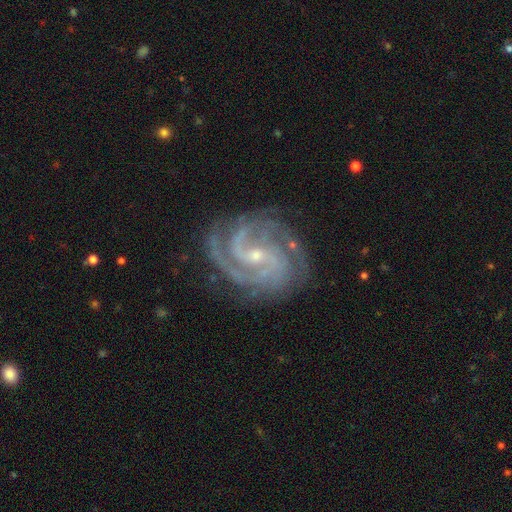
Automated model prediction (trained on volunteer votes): This appears to be a featured or disk galaxy (90%) with a weak bar (44%), 2 (28%) tight (60%) spiral arms (99%) and a small central bulge (73%). Merging: none (80%).